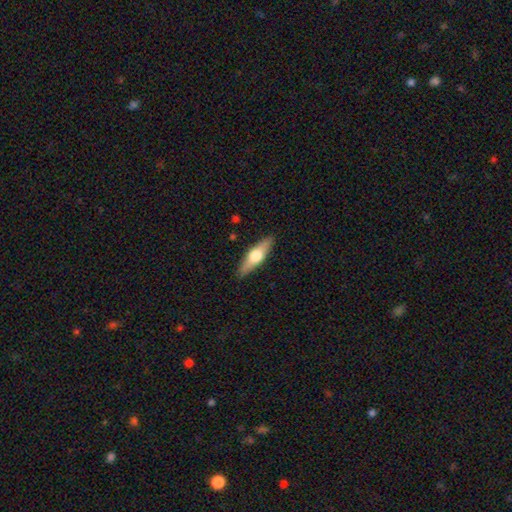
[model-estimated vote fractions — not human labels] A featured or disk galaxy (48%).

Vote fractions:
- Smooth or featured? featured or disk: 48% / smooth: 47% / star or artifact: 5%
- Merging? none: 89% / minor disturbance: 8% / major disturbance: 2% / merger: 1%